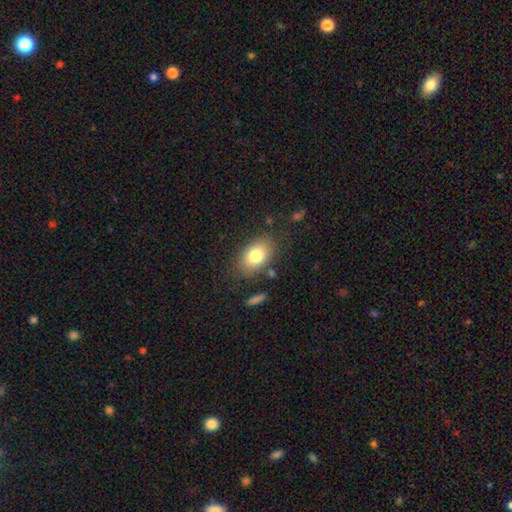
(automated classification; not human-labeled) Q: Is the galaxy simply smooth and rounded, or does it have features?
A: smooth — 79%.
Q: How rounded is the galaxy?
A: in between — 84%.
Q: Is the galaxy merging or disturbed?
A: none — 79%.